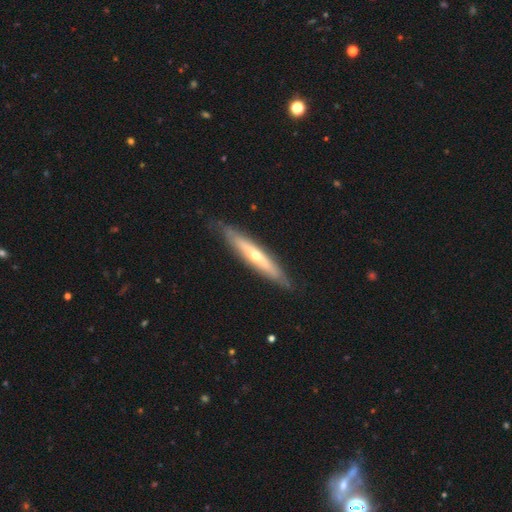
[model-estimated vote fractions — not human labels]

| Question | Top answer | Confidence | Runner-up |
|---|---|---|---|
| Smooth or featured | featured or disk | 65% | smooth (29%) |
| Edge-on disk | yes | 83% | no (17%) |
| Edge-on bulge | rounded | 78% | none (19%) |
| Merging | none | 83% | minor disturbance (14%) |